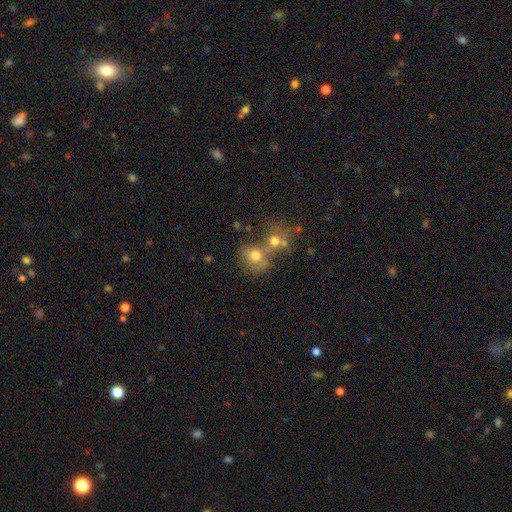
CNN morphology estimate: smooth 67%, featured or disk 19%, star or artifact 14%. Down the decision tree: how rounded — round (62%); merging — merger (51%).